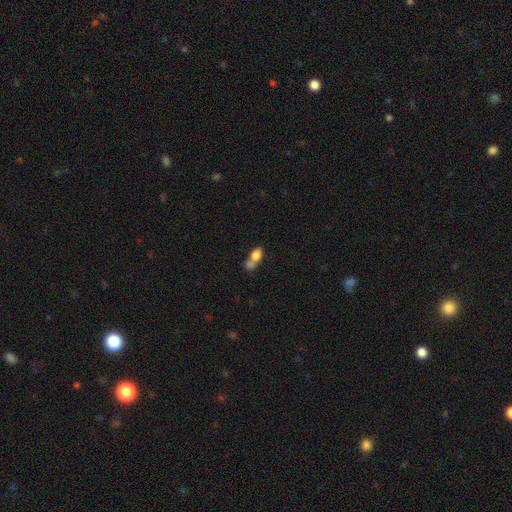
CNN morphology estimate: A smooth galaxy with no disk features (74%) that is in between round and cigar-shaped (74%).

Vote fractions:
- Smooth or featured? smooth: 74% / featured or disk: 15% / star or artifact: 10%
- How rounded? in between: 74% / round: 18% / cigar-shaped: 7%
- Merging? merger: 60% / none: 22% / minor disturbance: 10% / major disturbance: 8%